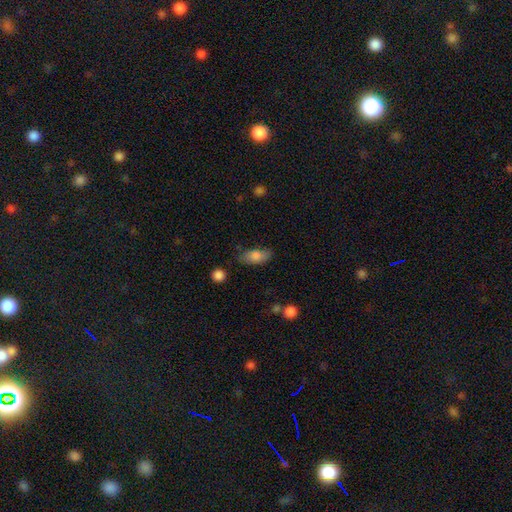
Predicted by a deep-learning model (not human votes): smooth 81%, featured or disk 12%, star or artifact 7%. Down the decision tree: how rounded — in between (86%); merging — none (71%).